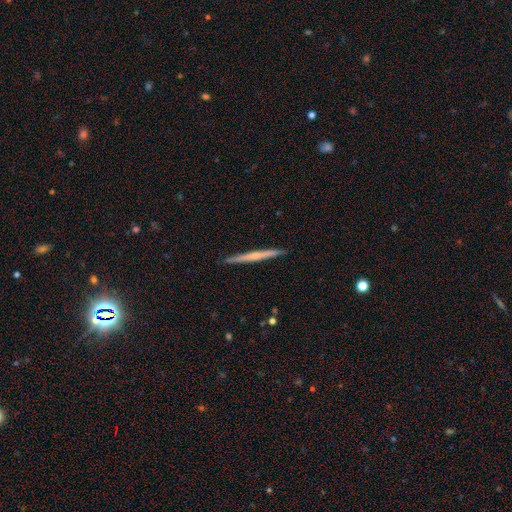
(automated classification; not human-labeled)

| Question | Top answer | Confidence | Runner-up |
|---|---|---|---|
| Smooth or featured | featured or disk | 59% | smooth (36%) |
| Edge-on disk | yes | 98% | no (2%) |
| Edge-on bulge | none | 52% | rounded (42%) |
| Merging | none | 92% | minor disturbance (6%) |